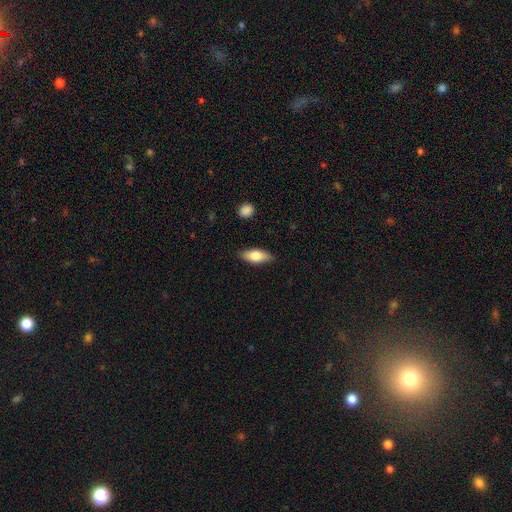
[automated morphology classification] This appears to be a smooth galaxy with no disk features (74%) that is in between round and cigar-shaped (78%). Merging: none (84%).